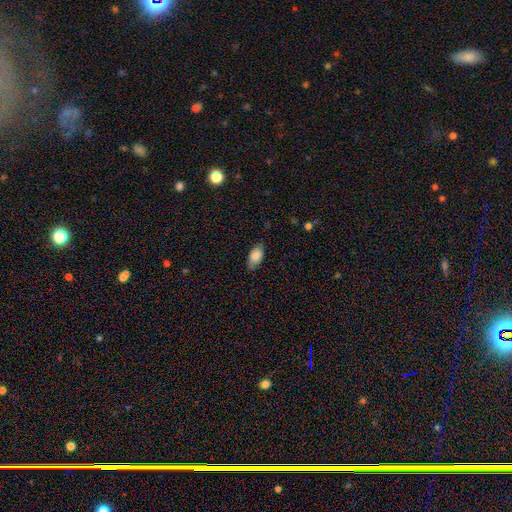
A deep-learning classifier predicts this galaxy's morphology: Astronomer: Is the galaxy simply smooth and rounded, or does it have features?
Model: smooth — 86%.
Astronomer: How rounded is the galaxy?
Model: in between — 91%.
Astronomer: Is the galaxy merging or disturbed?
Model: none — 79%.